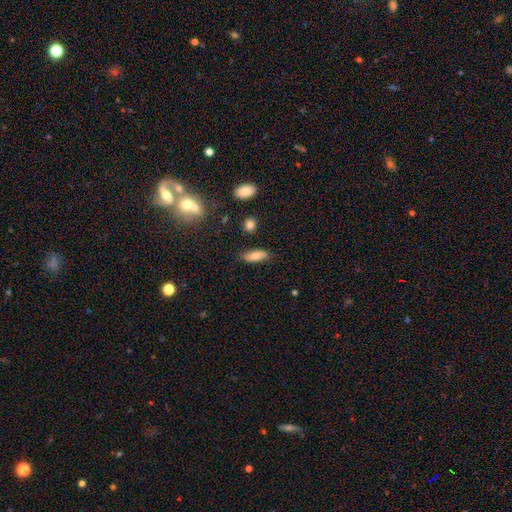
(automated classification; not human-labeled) Overall: smooth (76%). How rounded: in between (68%; cigar-shaped 29%). Merging: none (79%).